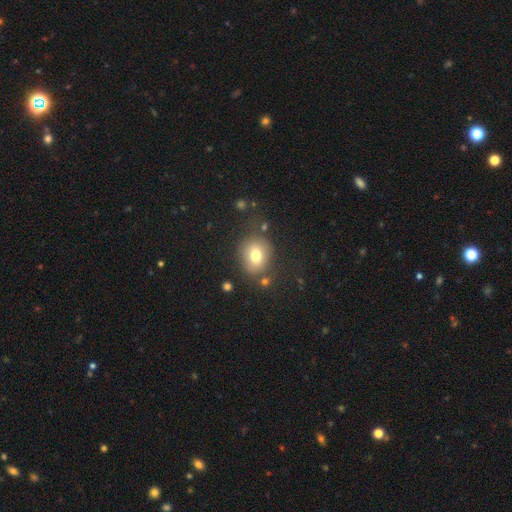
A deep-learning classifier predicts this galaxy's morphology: A smooth galaxy with no disk features (74%) that is round (66%).

Vote fractions:
- Smooth or featured? smooth: 74% / featured or disk: 14% / star or artifact: 12%
- How rounded? round: 66% / in between: 33% / cigar-shaped: 1%
- Merging? none: 75% / minor disturbance: 14% / major disturbance: 6% / merger: 5%